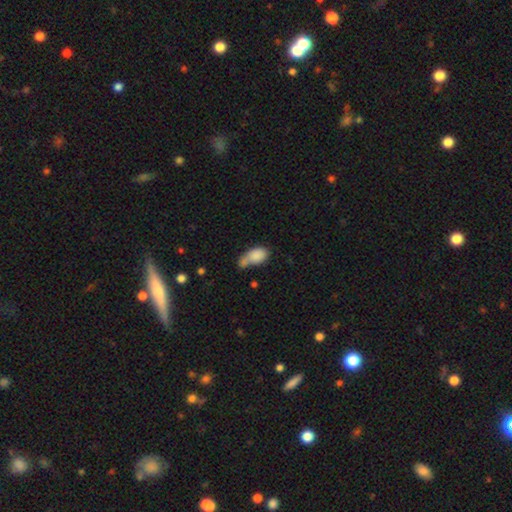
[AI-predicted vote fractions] smooth-or-featured: smooth: 83% | featured or disk: 9% | star or artifact: 8%
  how-rounded: in between: 87% | round: 10% | cigar-shaped: 3%
  merging: merger: 38% | none: 31% | minor disturbance: 21% | major disturbance: 10%